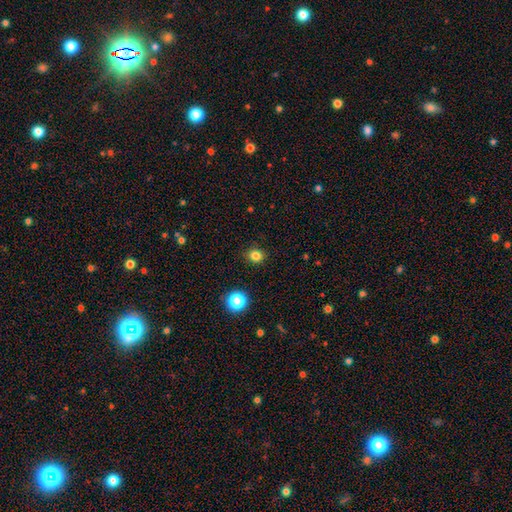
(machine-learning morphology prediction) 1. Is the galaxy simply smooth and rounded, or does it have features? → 81% smooth, 14% star or artifact, 4% featured or disk.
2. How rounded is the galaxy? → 82% round, 17% in between, 1% cigar-shaped.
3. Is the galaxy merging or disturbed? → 90% none, 7% minor disturbance, 2% major disturbance, 1% merger.